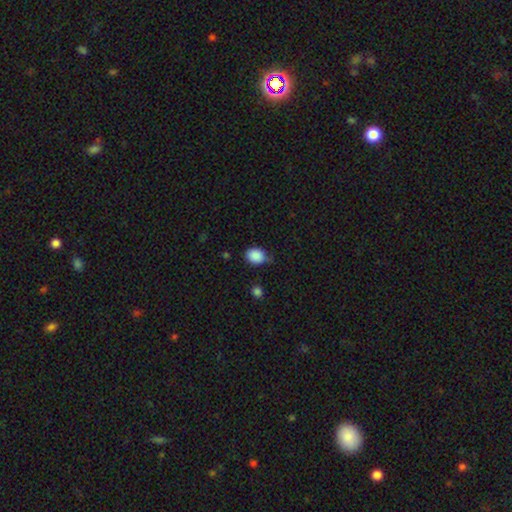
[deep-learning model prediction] The model was most divided on "how rounded": in between: 52%, round: 47%, cigar-shaped: 1%. More confident: smooth or featured — smooth (88%); merging — none (62%).